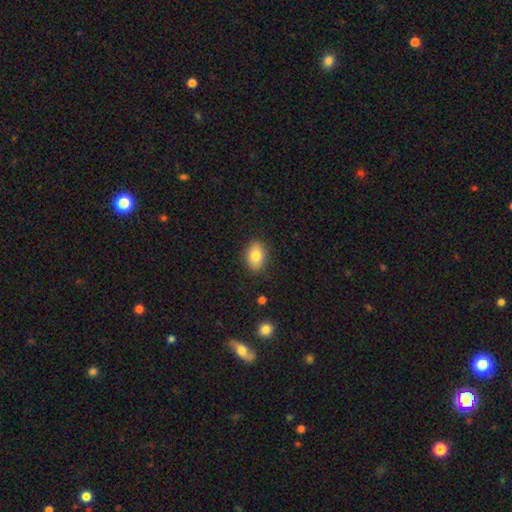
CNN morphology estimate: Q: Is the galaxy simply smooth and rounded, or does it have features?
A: smooth — 80%.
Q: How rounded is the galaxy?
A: in between — 82%.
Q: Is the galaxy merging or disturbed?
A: none — 86%.